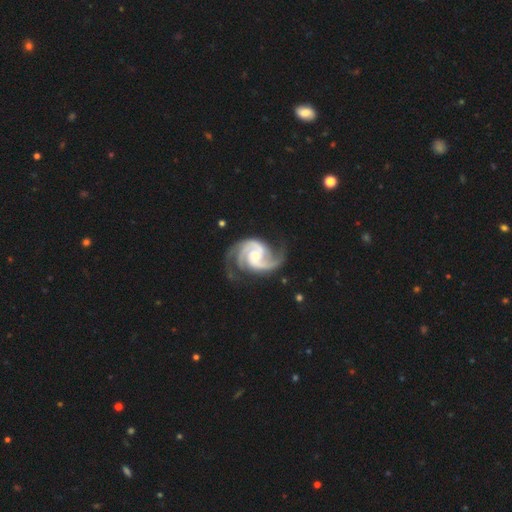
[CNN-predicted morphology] Overall: featured or disk (95%). Edge-on disk: no (98%). Bar: no (59%; weak 31%). Spiral arms: yes (99%). Spiral arm count: 2 (65%). Spiral winding: medium (55%; tight 35%). Bulge size: small (54%; moderate 41%). Merging: none (70%).